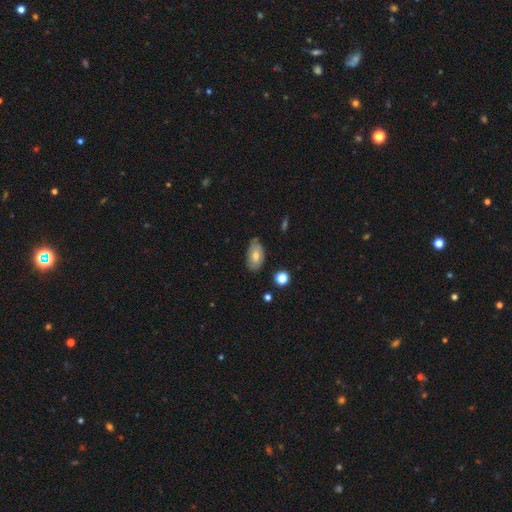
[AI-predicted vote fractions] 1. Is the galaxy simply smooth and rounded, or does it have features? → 59% smooth, 32% featured or disk, 9% star or artifact.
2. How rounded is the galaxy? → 91% in between, 5% round, 3% cigar-shaped.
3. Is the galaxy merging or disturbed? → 71% none, 23% minor disturbance, 4% major disturbance, 2% merger.